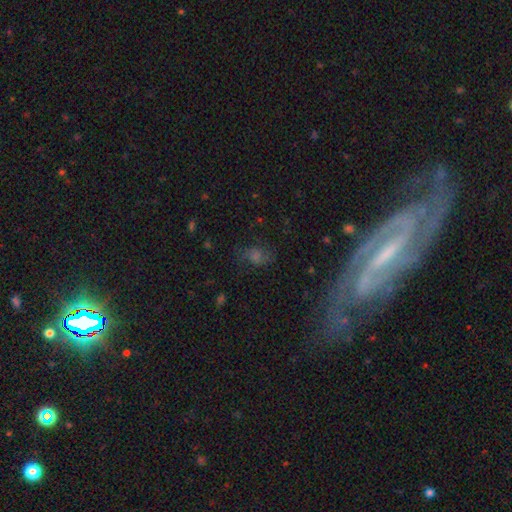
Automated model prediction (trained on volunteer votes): This appears to be a featured or disk galaxy (38%). Merging: none (62%).